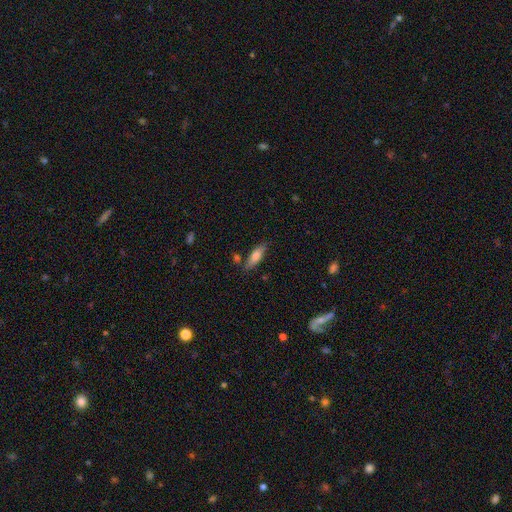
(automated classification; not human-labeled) A smooth galaxy with no disk features (73%) that is cigar-shaped (51%). Merging: none (76%).